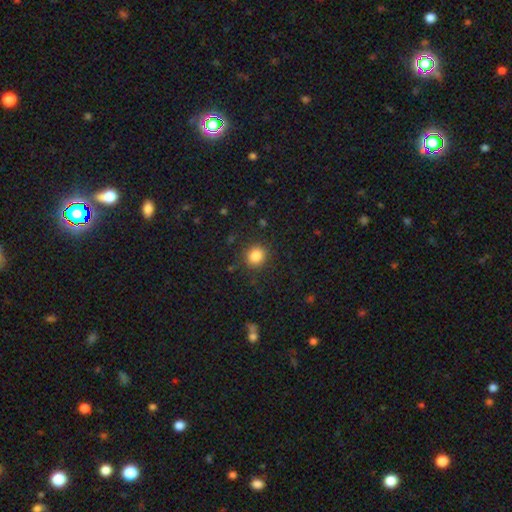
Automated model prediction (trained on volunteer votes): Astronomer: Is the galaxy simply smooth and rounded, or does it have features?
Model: smooth — 84%.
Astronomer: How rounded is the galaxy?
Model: round — 80%.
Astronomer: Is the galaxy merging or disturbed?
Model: none — 88%.